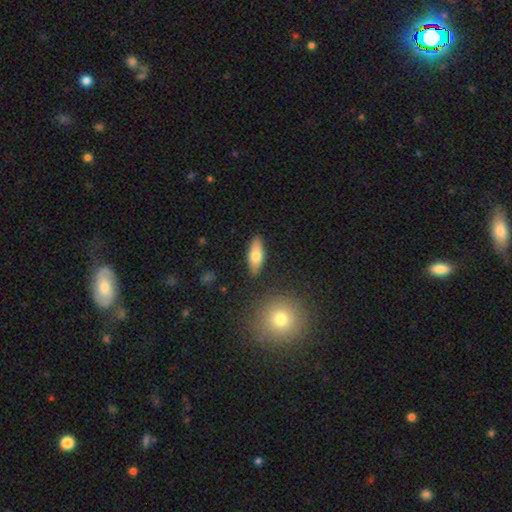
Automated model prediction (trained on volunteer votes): This appears to be a smooth galaxy with no disk features (70%) that is in between round and cigar-shaped (73%). Merging: none (86%).